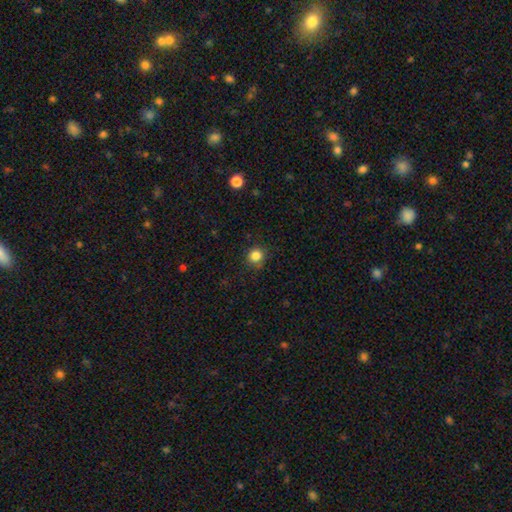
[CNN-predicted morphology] Q: Smooth or featured?
A: smooth (84%); runner-up: star or artifact (12%)
Q: How rounded?
A: round (91%); runner-up: in between (8%)
Q: Merging?
A: none (86%); runner-up: minor disturbance (10%)